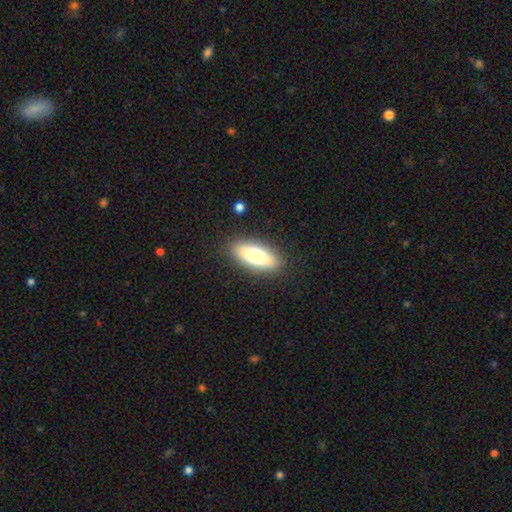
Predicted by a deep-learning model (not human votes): The model was most divided on "smooth or featured": smooth: 72%, featured or disk: 21%, star or artifact: 7%. More confident: merging — none (87%); how rounded — in between (80%).